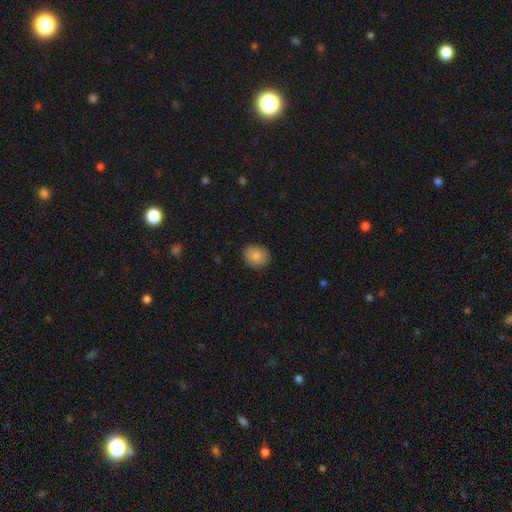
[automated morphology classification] A smooth galaxy with no disk features (88%) that is round (58%).

Vote fractions:
- Smooth or featured? smooth: 88% / star or artifact: 7% / featured or disk: 5%
- How rounded? round: 58% / in between: 41% / cigar-shaped: 1%
- Merging? none: 86% / minor disturbance: 11% / major disturbance: 2% / merger: 1%